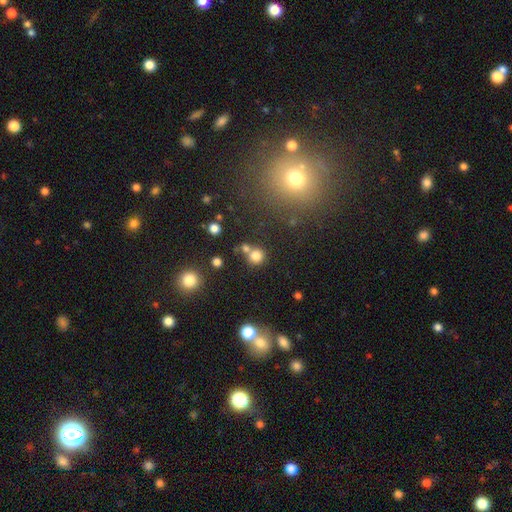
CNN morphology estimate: Smooth or featured: smooth — 78% (star or artifact — 15%)
How rounded: round — 89% (in between — 10%)
Merging: none — 60% (merger — 27%)